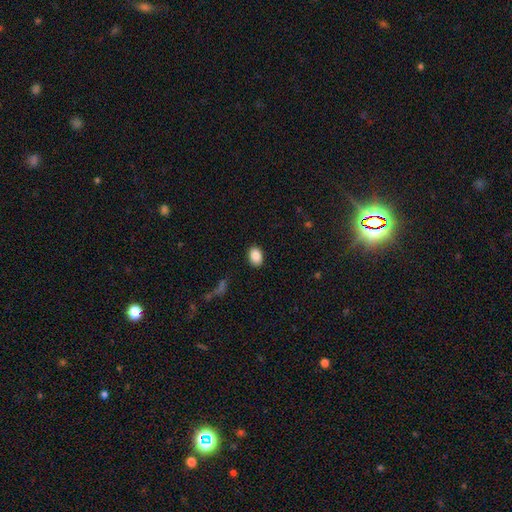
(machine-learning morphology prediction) Smooth or featured? smooth (87%)
How rounded? in between (83%)
Merging? none (88%)